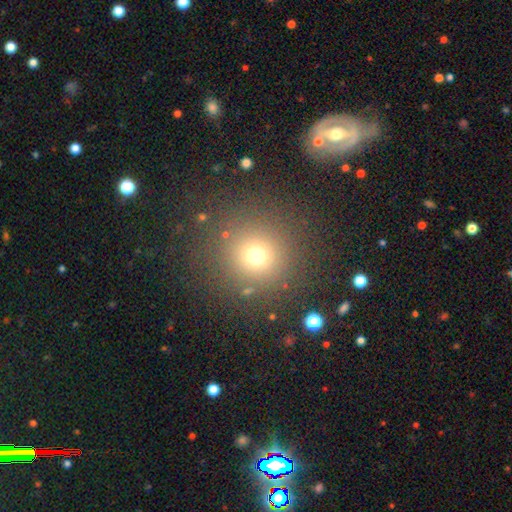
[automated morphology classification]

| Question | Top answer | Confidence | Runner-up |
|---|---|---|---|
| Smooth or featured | smooth | 70% | star or artifact (21%) |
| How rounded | round | 94% | in between (5%) |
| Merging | none | 86% | minor disturbance (7%) |